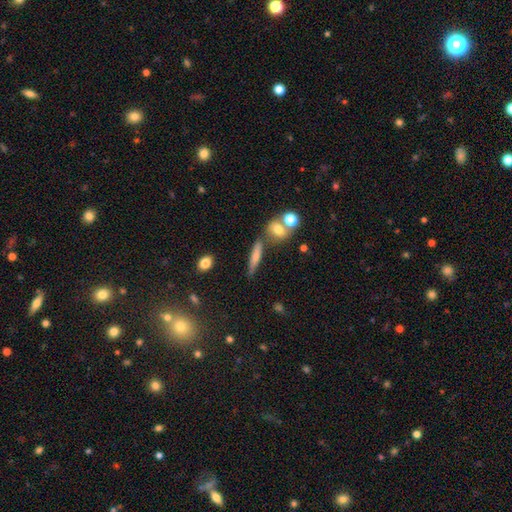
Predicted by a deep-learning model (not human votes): Q: Smooth or featured?
A: smooth (66%); runner-up: featured or disk (25%)
Q: How rounded?
A: cigar-shaped (79%); runner-up: in between (16%)
Q: Merging?
A: none (66%); runner-up: merger (15%)